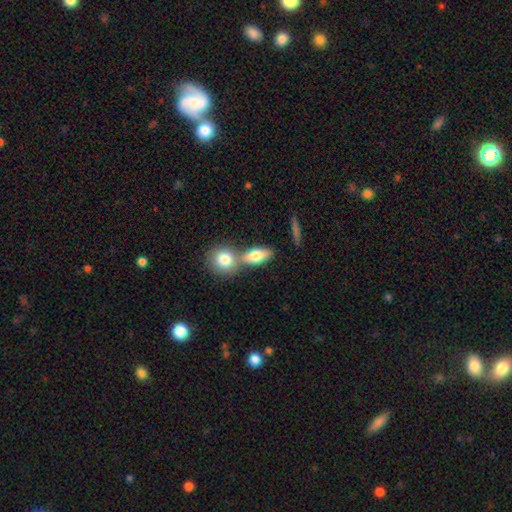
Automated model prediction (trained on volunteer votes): A smooth galaxy with no disk features (77%) that is in between round and cigar-shaped (72%).

Vote fractions:
- Smooth or featured? smooth: 77% / featured or disk: 16% / star or artifact: 7%
- How rounded? in between: 72% / round: 16% / cigar-shaped: 12%
- Merging? none: 46% / merger: 42% / minor disturbance: 9% / major disturbance: 4%